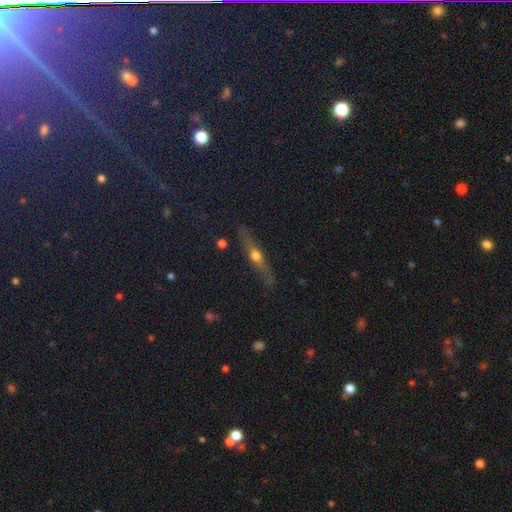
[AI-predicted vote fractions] Q: Smooth or featured?
A: featured or disk (60%); runner-up: smooth (31%)
Q: Edge-on disk?
A: yes (91%); runner-up: no (9%)
Q: Edge-on bulge?
A: rounded (90%); runner-up: none (7%)
Q: Merging?
A: none (81%); runner-up: minor disturbance (13%)